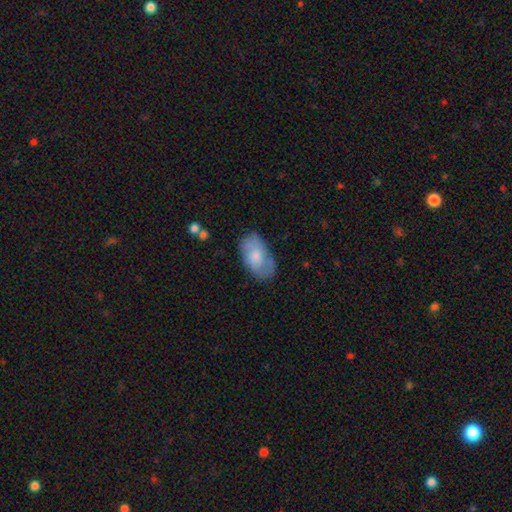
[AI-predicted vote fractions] A smooth galaxy with no disk features (61%) that is in between round and cigar-shaped (93%). Merging: none (68%).